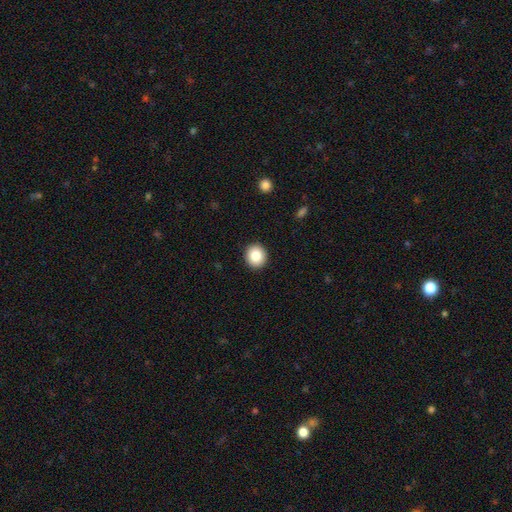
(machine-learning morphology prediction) This appears to be a smooth galaxy with no disk features (84%) that is round (81%). Merging: none (92%).